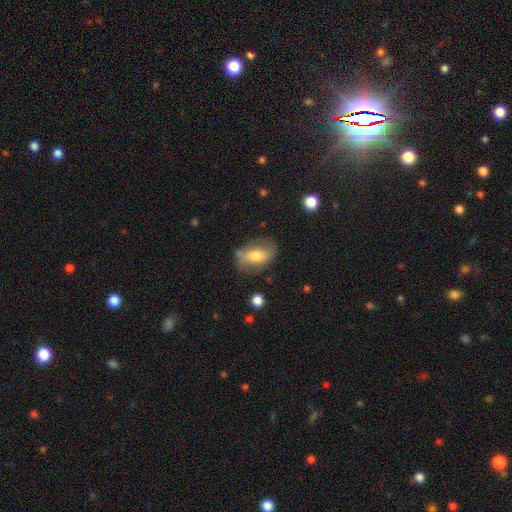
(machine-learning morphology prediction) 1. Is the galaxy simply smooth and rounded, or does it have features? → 50% smooth, 41% featured or disk, 9% star or artifact.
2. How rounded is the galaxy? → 83% in between, 13% round, 4% cigar-shaped.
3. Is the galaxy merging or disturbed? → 65% none, 23% minor disturbance, 9% major disturbance, 3% merger.